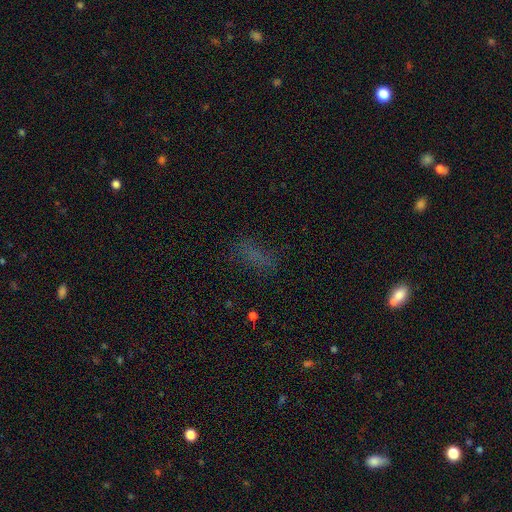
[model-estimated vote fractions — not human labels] smooth-or-featured: smooth: 58% | star or artifact: 27% | featured or disk: 16%
  how-rounded: in between: 68% | cigar-shaped: 25% | round: 7%
  merging: none: 67% | minor disturbance: 18% | major disturbance: 12% | merger: 3%